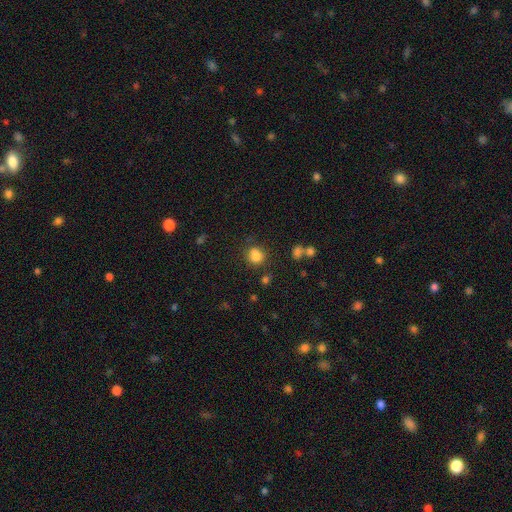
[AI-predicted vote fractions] Smooth or featured?
  - smooth: 83% *
  - star or artifact: 12%
  - featured or disk: 5%
How rounded?
  - round: 68% *
  - in between: 31%
  - cigar-shaped: 1%
Merging?
  - none: 72% *
  - minor disturbance: 16%
  - merger: 7%
  - major disturbance: 6%